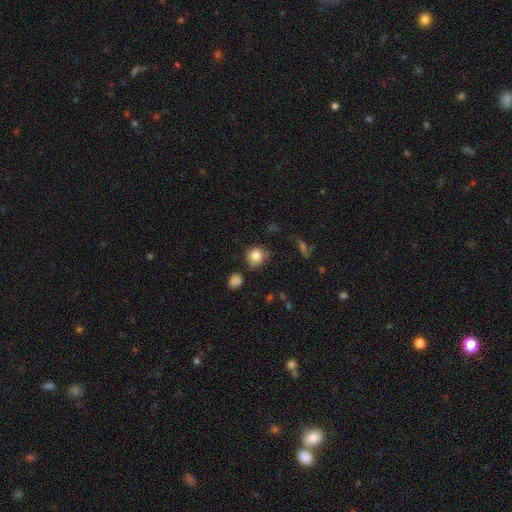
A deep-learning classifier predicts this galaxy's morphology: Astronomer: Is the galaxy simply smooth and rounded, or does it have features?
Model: smooth — 82%.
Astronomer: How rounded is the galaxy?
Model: round — 84%.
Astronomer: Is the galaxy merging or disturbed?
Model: none — 69%.